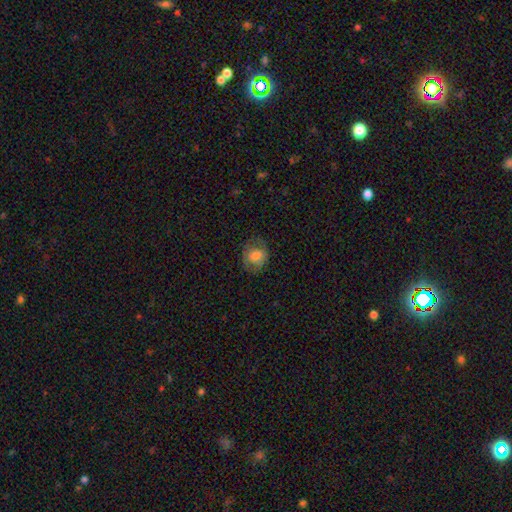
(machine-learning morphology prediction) Overall: smooth (73%). How rounded: round (70%). Merging: none (70%).